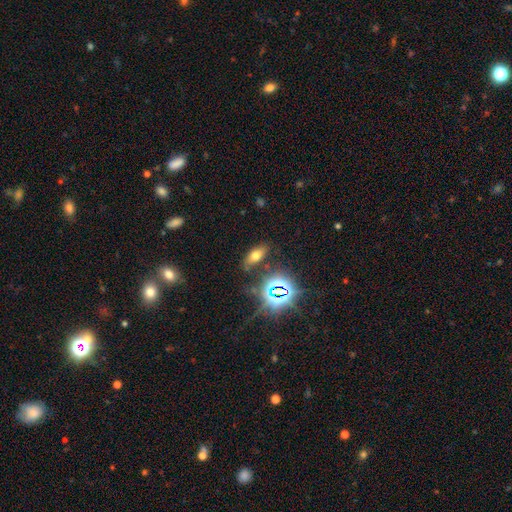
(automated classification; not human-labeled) Morphology: type=smooth (55%); roundness=in between (80%); merging=none (80%).